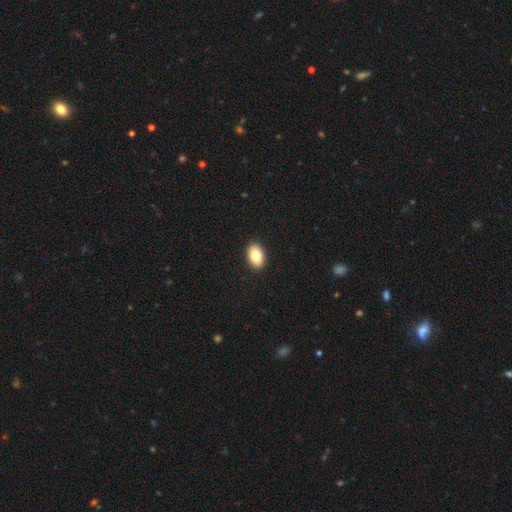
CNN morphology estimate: A smooth galaxy with no disk features (83%) that is in between round and cigar-shaped (90%).

Vote fractions:
- Smooth or featured? smooth: 83% / featured or disk: 10% / star or artifact: 8%
- How rounded? in between: 90% / round: 8% / cigar-shaped: 1%
- Merging? none: 92% / minor disturbance: 6% / major disturbance: 2% / merger: 1%